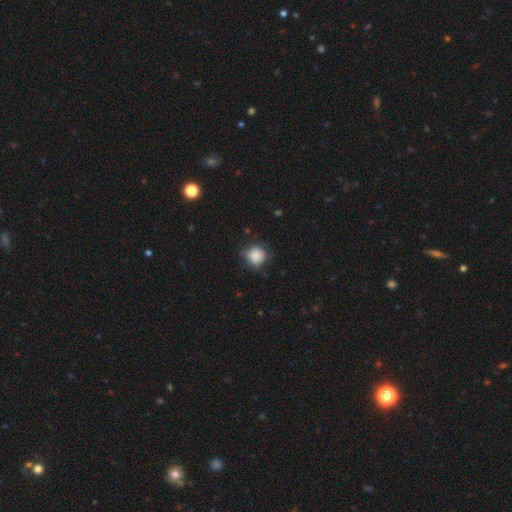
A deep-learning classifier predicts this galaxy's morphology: type=smooth (86%); roundness=round (91%); merging=none (74%).